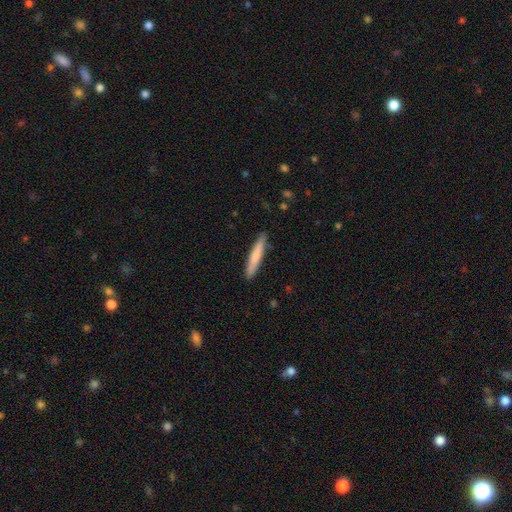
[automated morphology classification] smooth_or_featured: smooth (p=0.73) [alt: featured or disk p=0.21]
how_rounded: cigar-shaped (p=0.94) [alt: in between p=0.05]
merging: none (p=0.88) [alt: minor disturbance p=0.09]